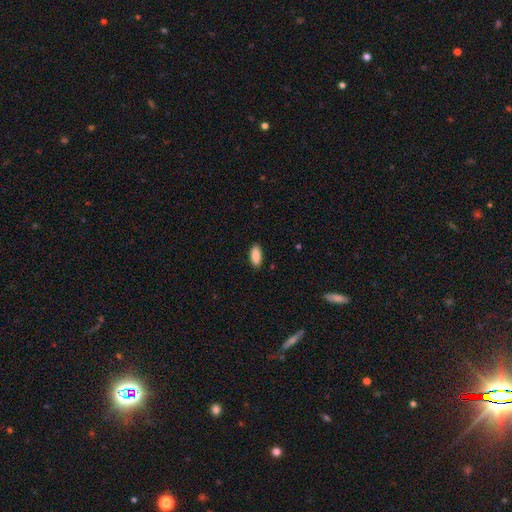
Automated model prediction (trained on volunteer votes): This is clearly a smooth galaxy (89%). How rounded: clearly in between (88%). Merging: clearly none (88%).